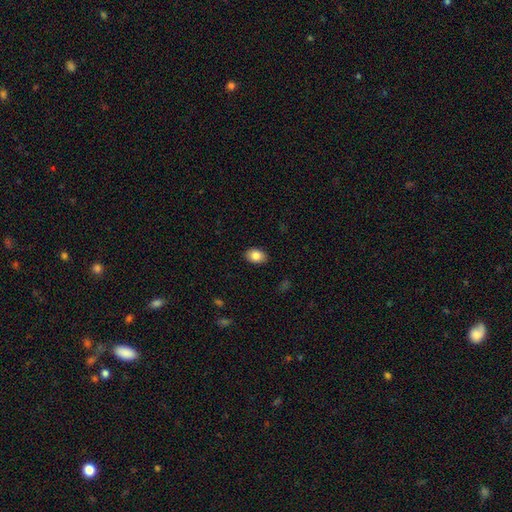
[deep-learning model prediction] smooth 85%, star or artifact 8%, featured or disk 7%. Down the decision tree: how rounded — in between (80%); merging — none (88%).